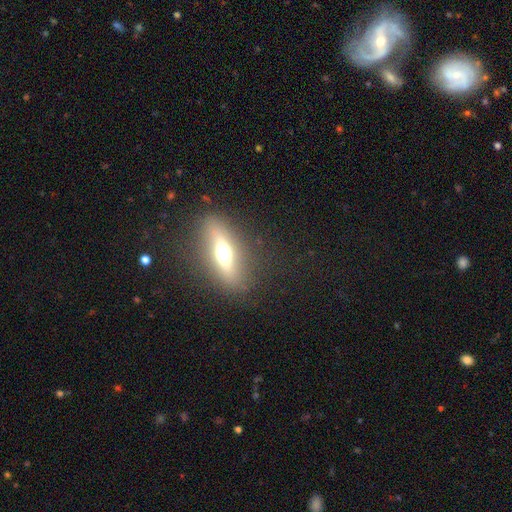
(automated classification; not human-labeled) Smooth or featured? Predicted: featured or disk (p=0.60). Edge-on disk? Predicted: yes (p=0.77). Merging? Predicted: none (p=0.81).